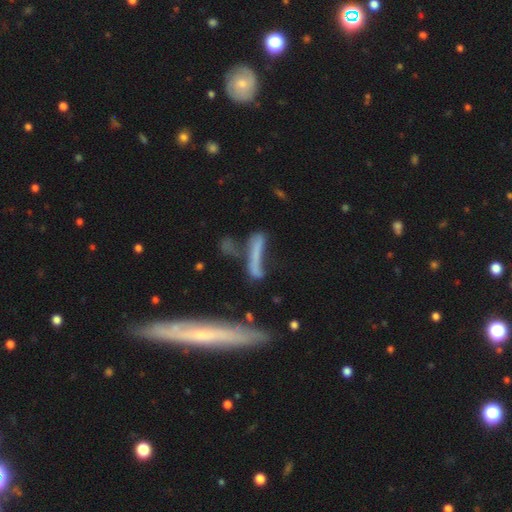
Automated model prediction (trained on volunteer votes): Q: Smooth or featured?
A: smooth (48%); runner-up: featured or disk (38%)
Q: Merging?
A: none (39%); runner-up: major disturbance (21%)